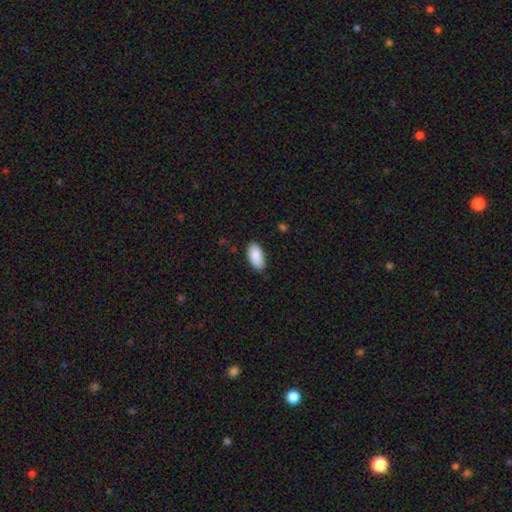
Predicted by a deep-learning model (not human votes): Smooth or featured? smooth (90%)
How rounded? in between (94%)
Merging? none (82%)